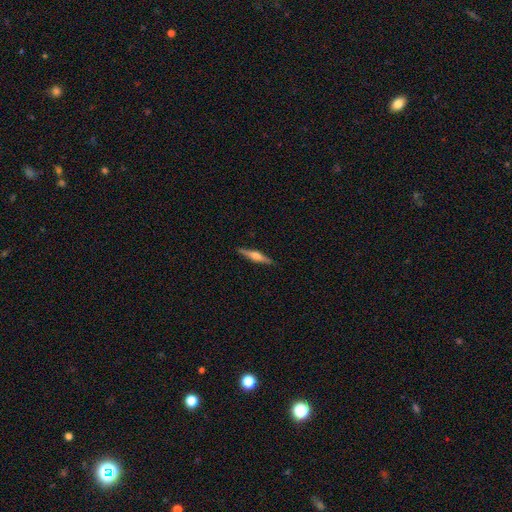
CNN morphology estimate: Smooth or featured?
  - featured or disk: 68% *
  - smooth: 26%
  - star or artifact: 6%
Edge-on disk?
  - yes: 98% *
  - no: 2%
Edge-on bulge?
  - rounded: 83% *
  - boxy: 12%
  - none: 5%
Merging?
  - none: 90% *
  - minor disturbance: 7%
  - major disturbance: 2%
  - merger: 1%